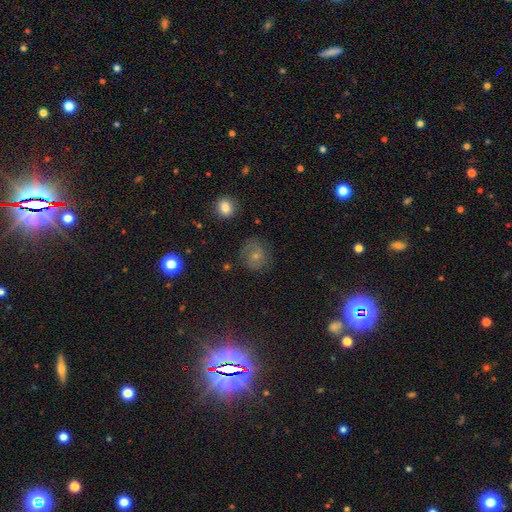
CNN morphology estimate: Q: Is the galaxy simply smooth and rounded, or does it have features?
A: featured or disk — 47%.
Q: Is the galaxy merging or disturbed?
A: none — 69%.